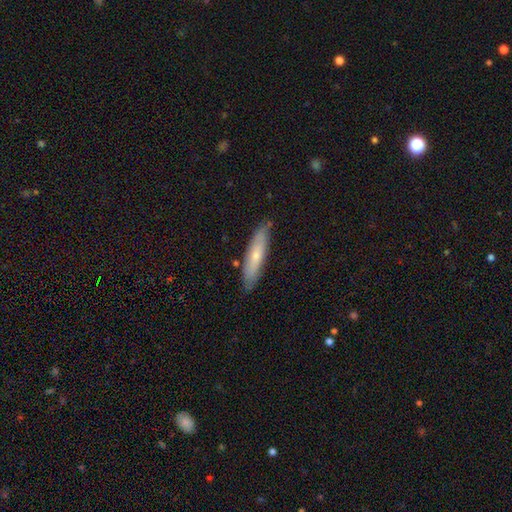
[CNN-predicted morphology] smooth-or-featured: smooth: 58% | featured or disk: 36% | star or artifact: 6%
  how-rounded: cigar-shaped: 82% | in between: 17% | round: 1%
  merging: none: 83% | minor disturbance: 13% | major disturbance: 2% | merger: 2%